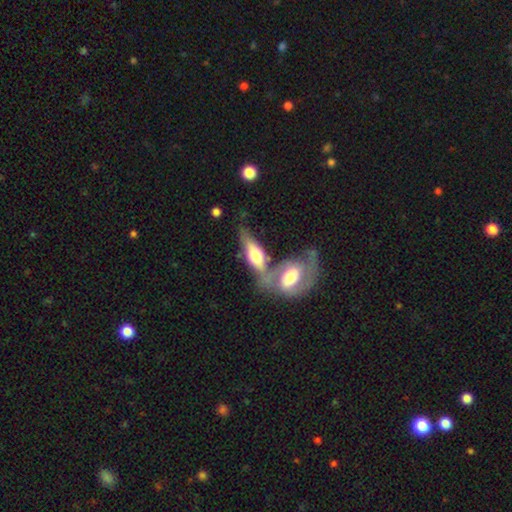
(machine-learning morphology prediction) The model was most divided on "merging": merger: 46%, none: 36%, minor disturbance: 12%, major disturbance: 6%. More confident: edge-on disk — yes (72%); smooth or featured — featured or disk (55%).